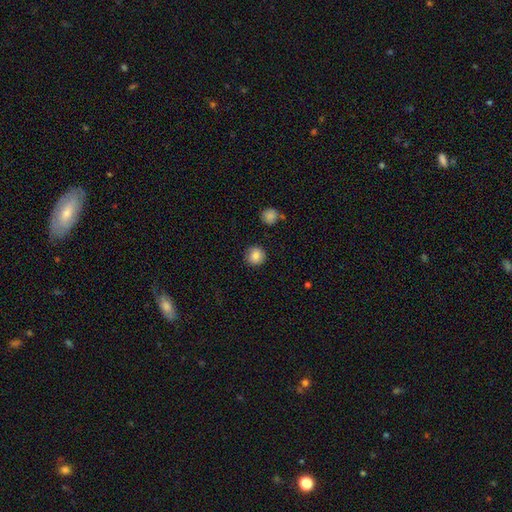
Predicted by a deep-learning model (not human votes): Morphology: type=smooth (85%); roundness=round (93%); merging=none (88%).